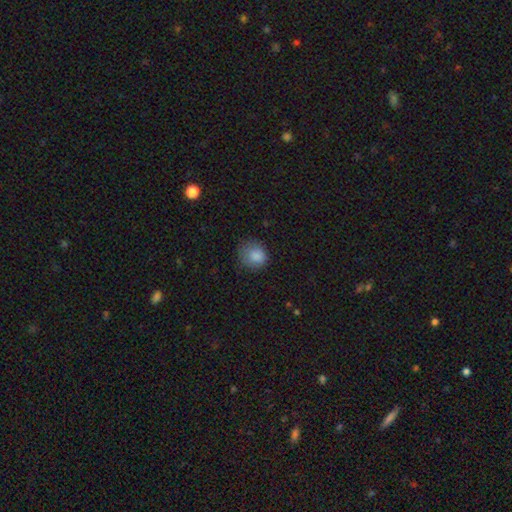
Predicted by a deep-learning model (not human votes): Smooth or featured? Predicted: smooth (p=0.85). How rounded? Predicted: round (p=0.80). Merging? Predicted: none (p=0.67).